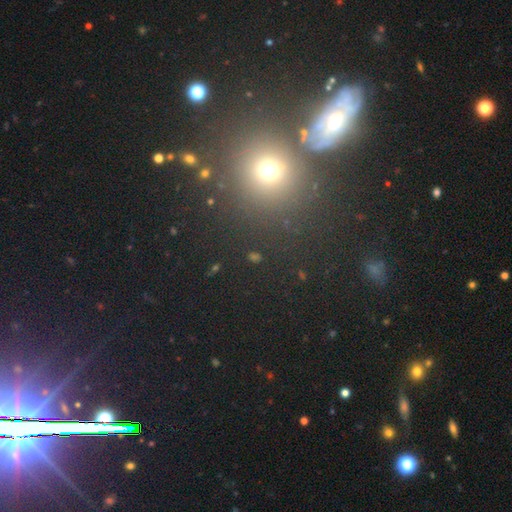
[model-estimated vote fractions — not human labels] A star or artifact, not a galaxy (46%).

Vote fractions:
- Smooth or featured? star or artifact: 46% / smooth: 45% / featured or disk: 10%